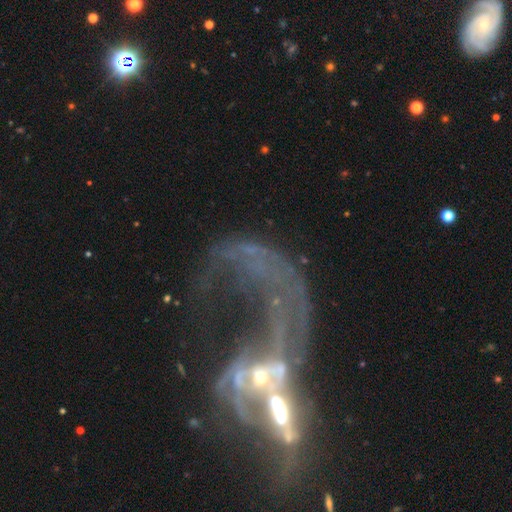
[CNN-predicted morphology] Smooth or featured?
  - featured or disk: 72% *
  - star or artifact: 15%
  - smooth: 13%
Edge-on disk?
  - no: 92% *
  - yes: 8%
Bar?
  - no: 60% *
  - weak: 24%
  - strong: 16%
Spiral arms?
  - no: 51% *
  - yes: 49%
Bulge size?
  - small: 37% *
  - moderate: 36%
  - none: 18%
  - large: 6%
  - dominant: 4%
Merging?
  - merger: 48% *
  - major disturbance: 32%
  - none: 12%
  - minor disturbance: 8%